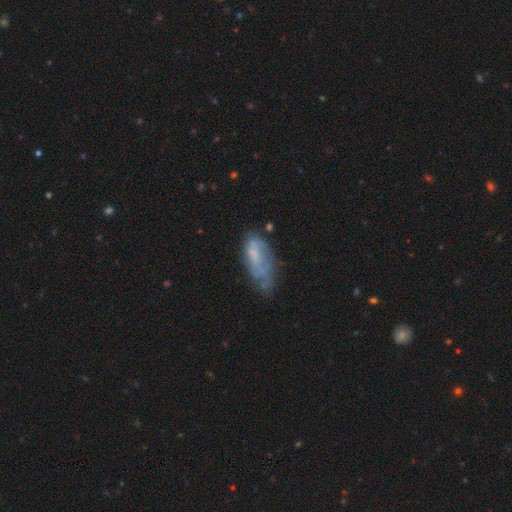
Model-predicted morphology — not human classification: Smooth or featured?
  - smooth: 51% *
  - featured or disk: 40%
  - star or artifact: 9%
How rounded?
  - in between: 74% *
  - cigar-shaped: 24%
  - round: 2%
Merging?
  - none: 39% *
  - minor disturbance: 33%
  - major disturbance: 21%
  - merger: 6%